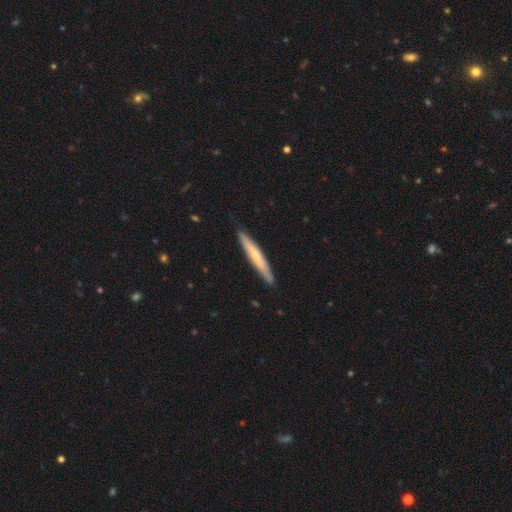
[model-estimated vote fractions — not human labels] Smooth or featured? smooth (50%)
How rounded? cigar-shaped (95%)
Merging? none (88%)